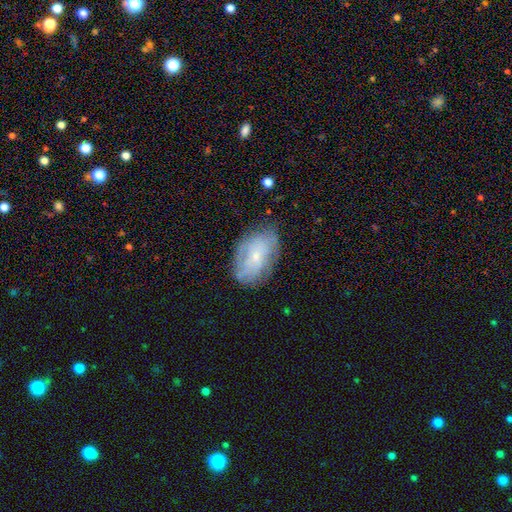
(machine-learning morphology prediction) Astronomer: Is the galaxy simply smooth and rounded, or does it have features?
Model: featured or disk — 53% (runner-up: smooth, 39%).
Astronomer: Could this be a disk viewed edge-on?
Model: no — 94%.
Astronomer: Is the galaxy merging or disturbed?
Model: none — 67%.